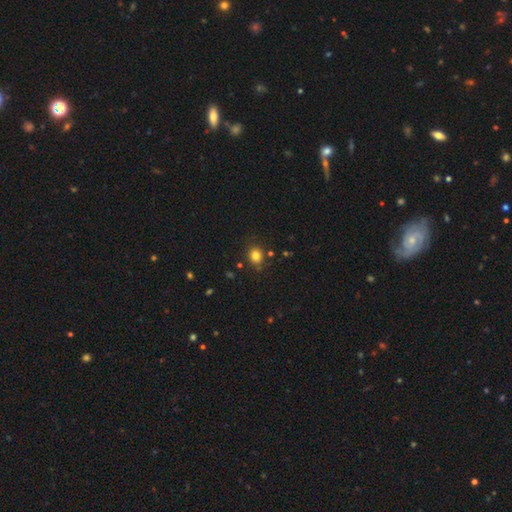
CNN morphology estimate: The model was most divided on "how rounded": round: 65%, in between: 34%, cigar-shaped: 1%. More confident: merging — none (83%); smooth or featured — smooth (81%).